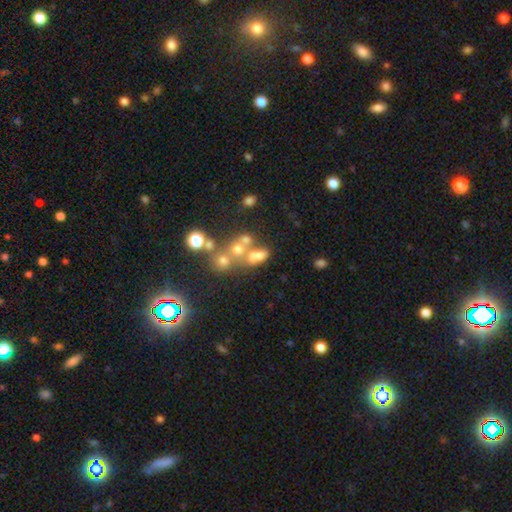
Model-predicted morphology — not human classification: smooth-or-featured: smooth: 55% | featured or disk: 23% | star or artifact: 22%
  how-rounded: in between: 64% | round: 31% | cigar-shaped: 5%
  merging: merger: 44% | none: 36% | minor disturbance: 11% | major disturbance: 9%